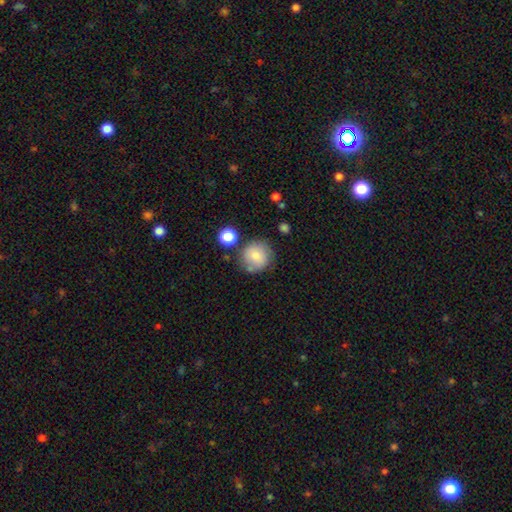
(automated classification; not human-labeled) A smooth galaxy with no disk features (75%) that is round (91%).

Vote fractions:
- Smooth or featured? smooth: 75% / featured or disk: 16% / star or artifact: 9%
- How rounded? round: 91% / in between: 8% / cigar-shaped: 1%
- Merging? none: 70% / minor disturbance: 16% / merger: 9% / major disturbance: 5%